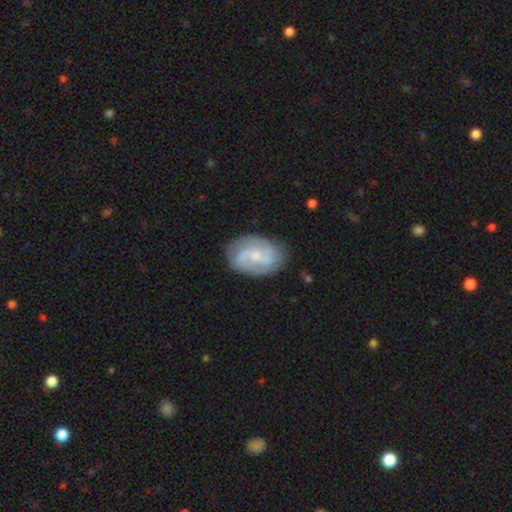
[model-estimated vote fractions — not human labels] The model was most divided on "bar": no: 49%, weak: 42%, strong: 9%. Remaining: edge-on disk — no (97%); spiral arms — yes (92%); merging — none (76%); smooth or featured — featured or disk (75%); spiral arm count — 2 (61%); bulge size — small (57%); spiral winding — medium (46%).